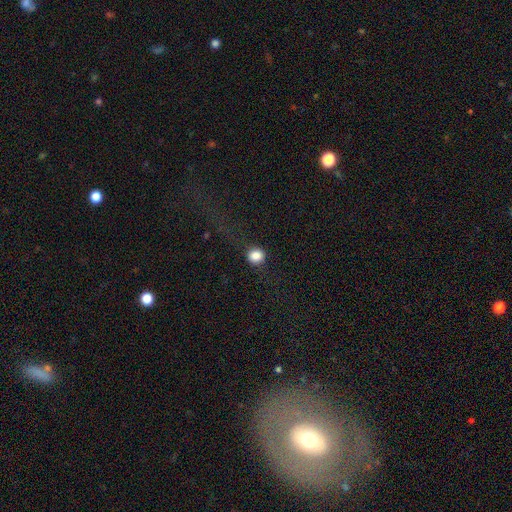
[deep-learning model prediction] smooth 85%, star or artifact 10%, featured or disk 5%. Down the decision tree: how rounded — round (83%); merging — none (80%).